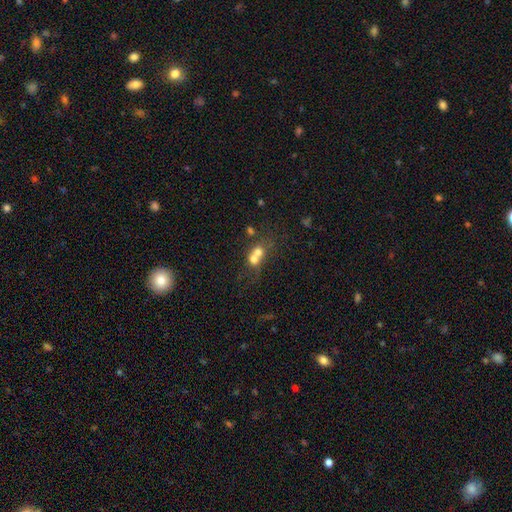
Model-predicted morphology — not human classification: Q: Smooth or featured?
A: smooth (64%); runner-up: featured or disk (22%)
Q: How rounded?
A: round (74%); runner-up: in between (24%)
Q: Merging?
A: merger (68%); runner-up: none (23%)